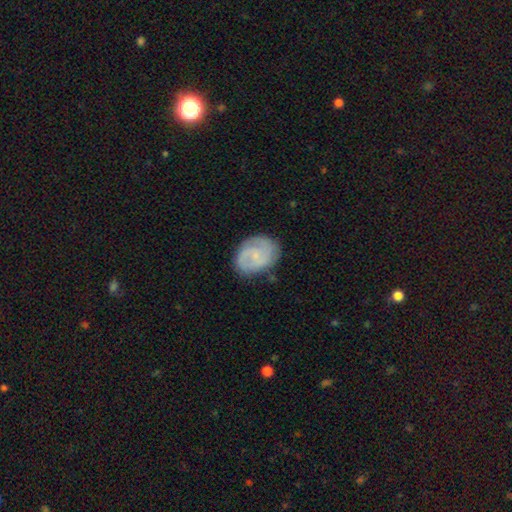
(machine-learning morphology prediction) Smooth or featured? featured or disk (66%)
Edge-on disk? no (98%)
Bar? no (58%)
Spiral arms? yes (91%)
Spiral winding? medium (44%)
Spiral arm count? 2 (61%)
Bulge size? small (67%)
Merging? none (73%)